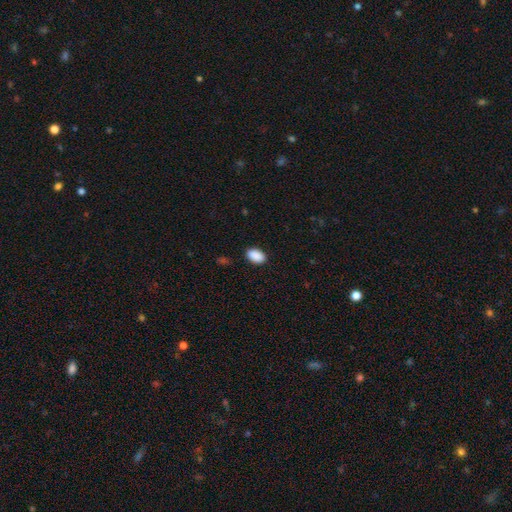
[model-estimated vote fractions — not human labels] Q: Smooth or featured?
A: smooth (91%); runner-up: star or artifact (7%)
Q: How rounded?
A: in between (89%); runner-up: round (10%)
Q: Merging?
A: none (88%); runner-up: minor disturbance (9%)